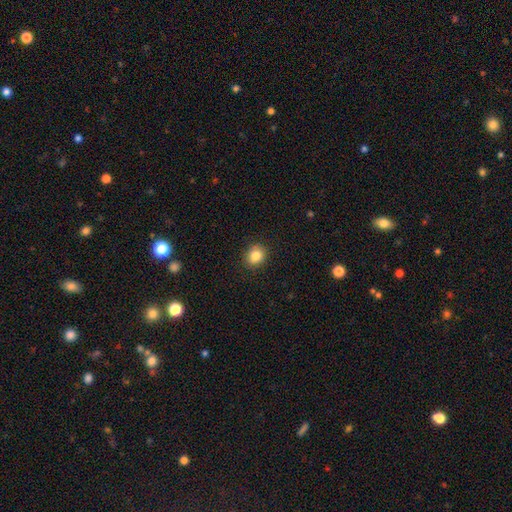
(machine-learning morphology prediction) Smooth or featured: smooth — 84% (star or artifact — 10%)
How rounded: round — 69% (in between — 31%)
Merging: none — 89% (minor disturbance — 8%)